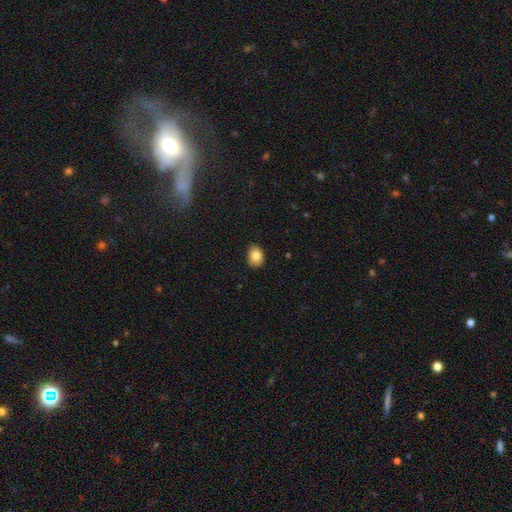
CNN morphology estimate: smooth 85%, star or artifact 9%, featured or disk 7%. Down the decision tree: how rounded — in between (66%); merging — none (82%).